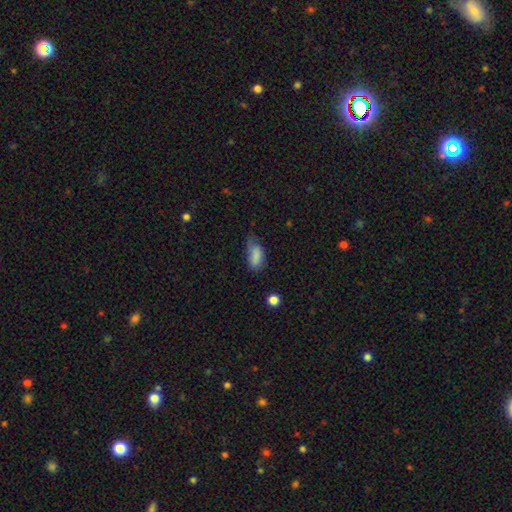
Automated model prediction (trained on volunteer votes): This is clearly a smooth galaxy (81%). How rounded: clearly in between (87%). Merging: marginally minor disturbance (40%).